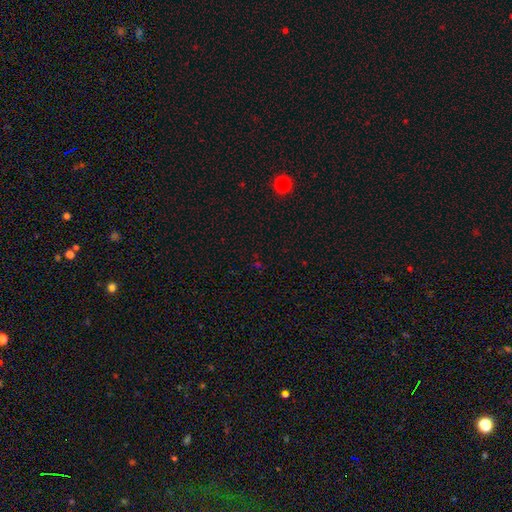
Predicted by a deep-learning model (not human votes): A star or artifact, not a galaxy (61%).